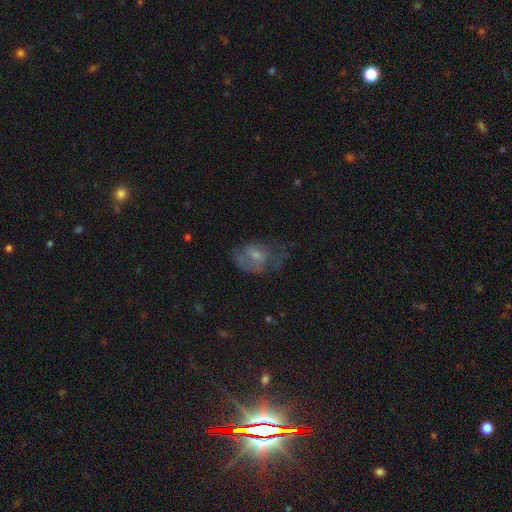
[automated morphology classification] Smooth or featured?
  - featured or disk: 48% *
  - smooth: 40%
  - star or artifact: 12%
Merging?
  - none: 38% *
  - major disturbance: 34%
  - minor disturbance: 26%
  - merger: 2%